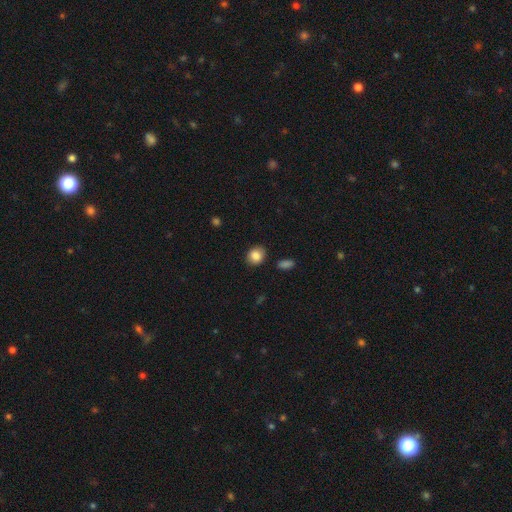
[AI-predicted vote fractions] This is clearly a smooth galaxy (86%). How rounded: likely round (64%). Merging: clearly none (85%).